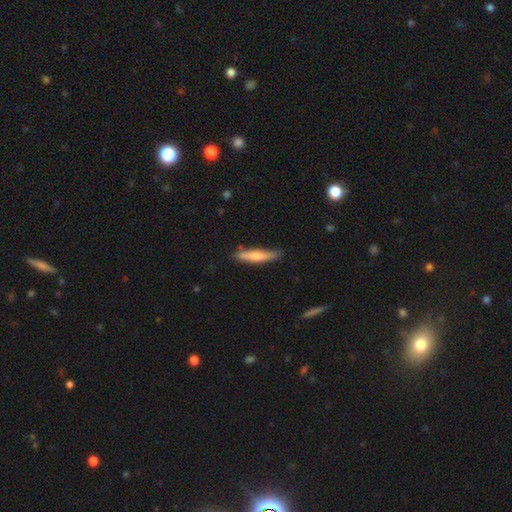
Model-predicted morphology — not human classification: type=smooth (66%); roundness=cigar-shaped (87%); merging=none (81%).